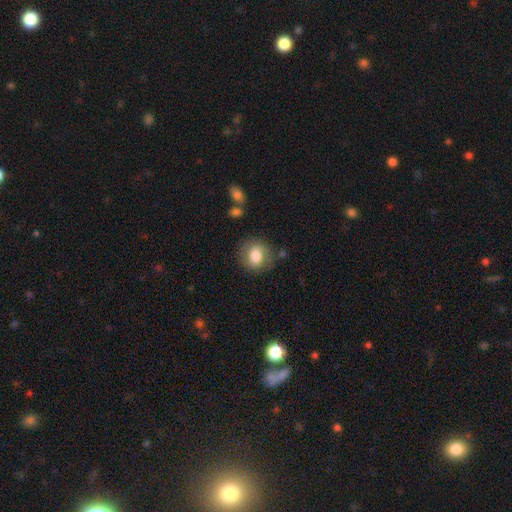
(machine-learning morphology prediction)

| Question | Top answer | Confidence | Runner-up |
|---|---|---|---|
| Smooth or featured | smooth | 75% | featured or disk (17%) |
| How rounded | round | 72% | in between (27%) |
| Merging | none | 77% | minor disturbance (15%) |